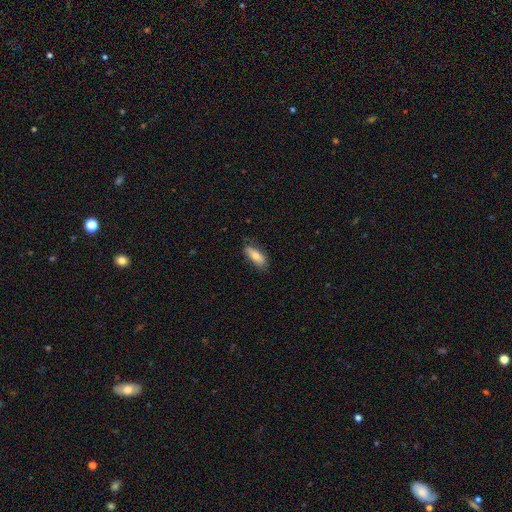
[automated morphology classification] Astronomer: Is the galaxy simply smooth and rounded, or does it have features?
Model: smooth — 73%.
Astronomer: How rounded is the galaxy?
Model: in between — 71%.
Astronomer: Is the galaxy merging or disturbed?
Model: none — 74%.